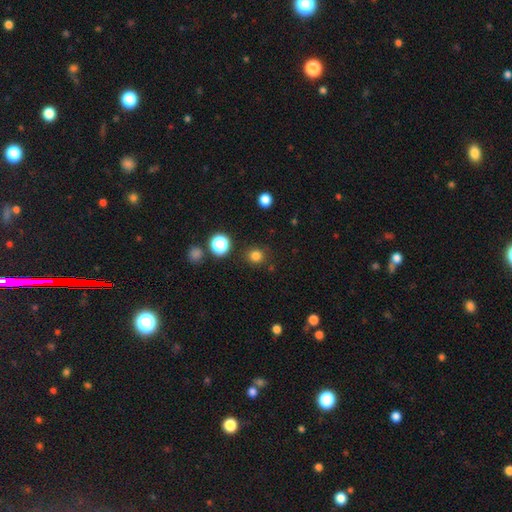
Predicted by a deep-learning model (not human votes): Smooth or featured?
  - smooth: 79% *
  - star or artifact: 16%
  - featured or disk: 4%
How rounded?
  - round: 92% *
  - in between: 7%
  - cigar-shaped: 1%
Merging?
  - none: 88% *
  - minor disturbance: 7%
  - major disturbance: 3%
  - merger: 2%